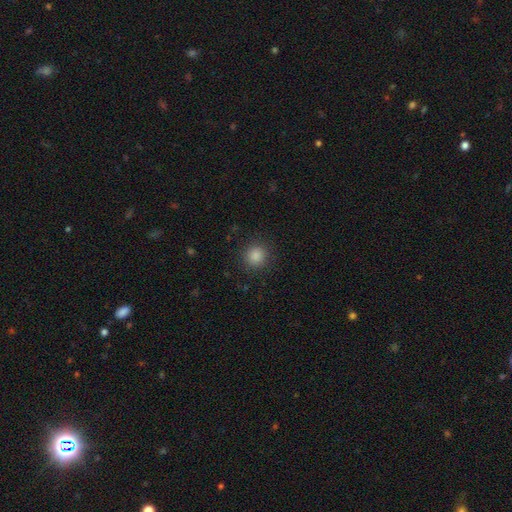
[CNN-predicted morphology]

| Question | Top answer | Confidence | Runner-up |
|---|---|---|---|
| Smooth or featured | smooth | 85% | star or artifact (11%) |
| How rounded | round | 91% | in between (8%) |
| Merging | none | 90% | minor disturbance (7%) |